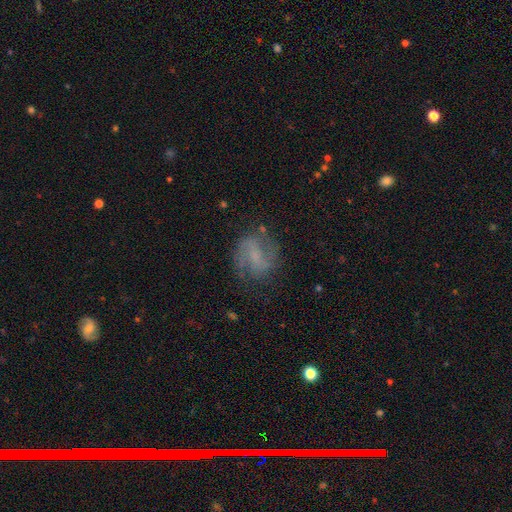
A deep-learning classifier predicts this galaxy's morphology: A featured or disk galaxy (71%) with a weak bar (50%), 2 (84%) medium (50%) spiral arms (90%) and no central bulge (41%).

Vote fractions:
- Smooth or featured? featured or disk: 71% / smooth: 20% / star or artifact: 9%
- Edge-on disk? no: 97% / yes: 3%
- Bar? weak: 50% / no: 31% / strong: 19%
- Spiral arms? yes: 90% / no: 10%
- Spiral winding? medium: 50% / loose: 29% / tight: 22%
- Spiral arm count? 2: 84% / can't tell: 9% / 1: 3% / 3: 2% / 4: 1% / more than 4: 1%
- Bulge size? none: 41% / small: 38% / moderate: 17% / large: 3% / dominant: 1%
- Merging? none: 71% / minor disturbance: 17% / major disturbance: 10% / merger: 2%